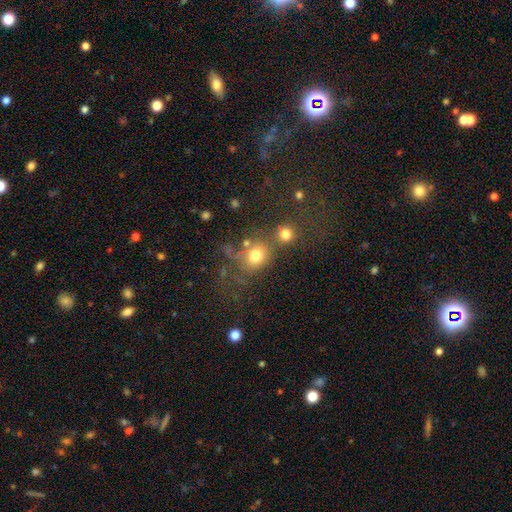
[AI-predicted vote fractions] Overall: smooth (74%). How rounded: round (70%). Merging: none (46%; merger 29%).